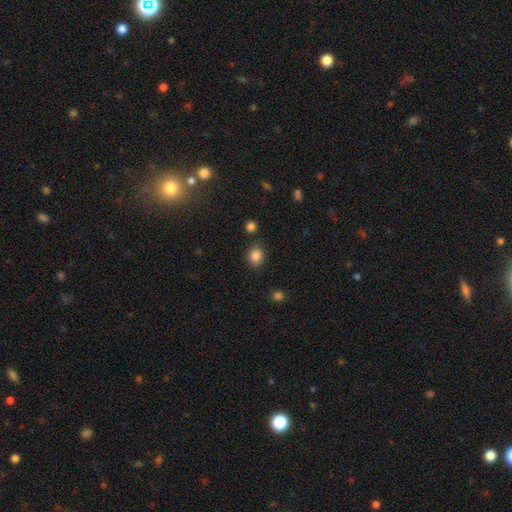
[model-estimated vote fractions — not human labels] A smooth galaxy with no disk features (85%) that is round (68%). Merging: none (82%).